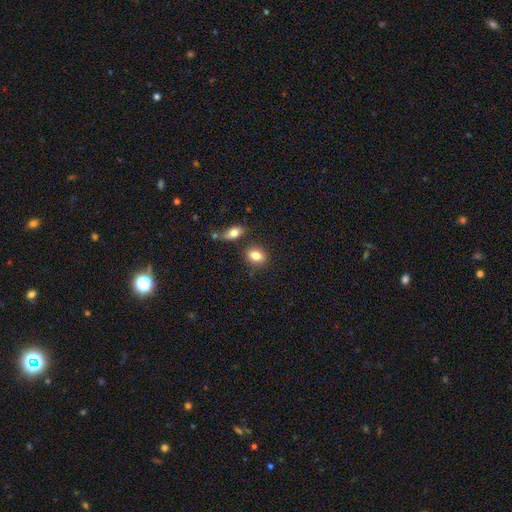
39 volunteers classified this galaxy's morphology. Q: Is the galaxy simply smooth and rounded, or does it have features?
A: smooth — 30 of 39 (77%).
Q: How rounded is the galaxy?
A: in between — 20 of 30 (67%).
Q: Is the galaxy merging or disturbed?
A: none — 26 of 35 (74%).